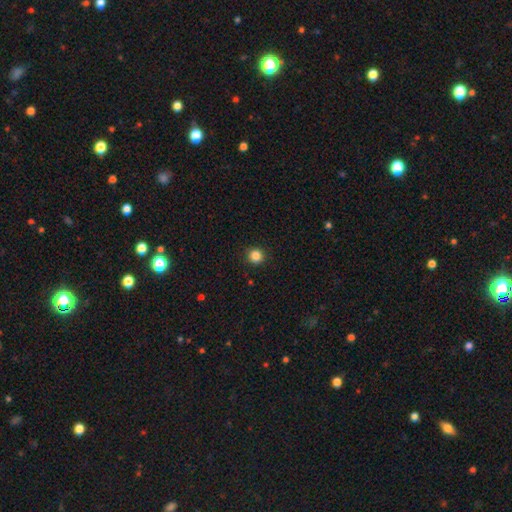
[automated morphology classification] This appears to be a smooth galaxy with no disk features (85%) that is round (93%). Merging: none (92%).